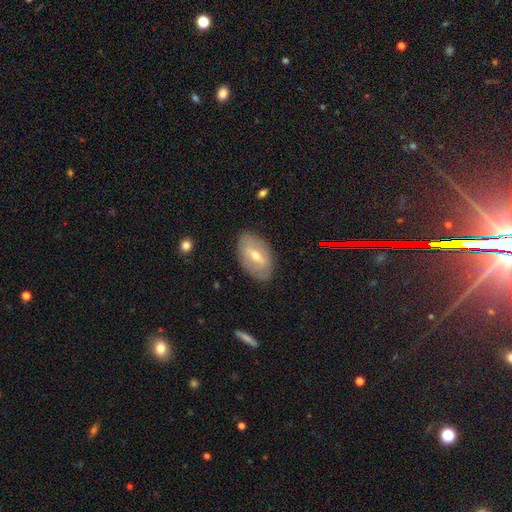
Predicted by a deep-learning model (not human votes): A featured or disk galaxy (53%). Merging: none (82%).